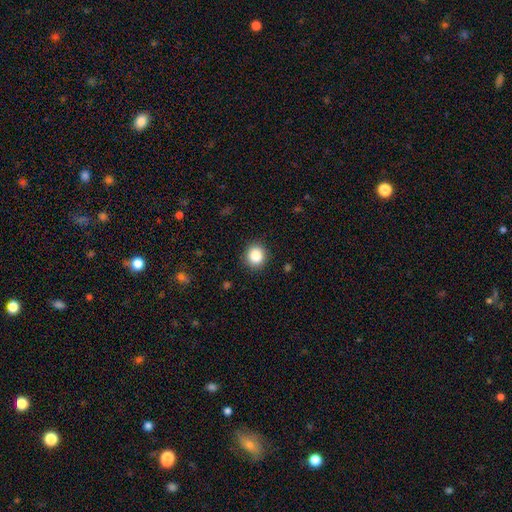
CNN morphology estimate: A smooth galaxy with no disk features (85%) that is round (83%). Merging: none (89%).